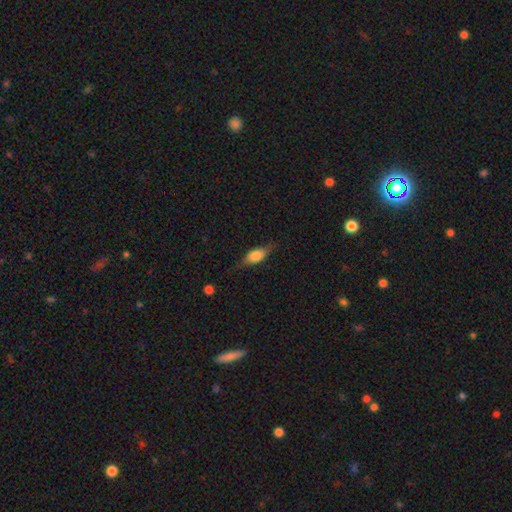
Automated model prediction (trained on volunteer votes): This is likely a smooth galaxy (62%). How rounded: likely in between (76%). Merging: likely none (70%).